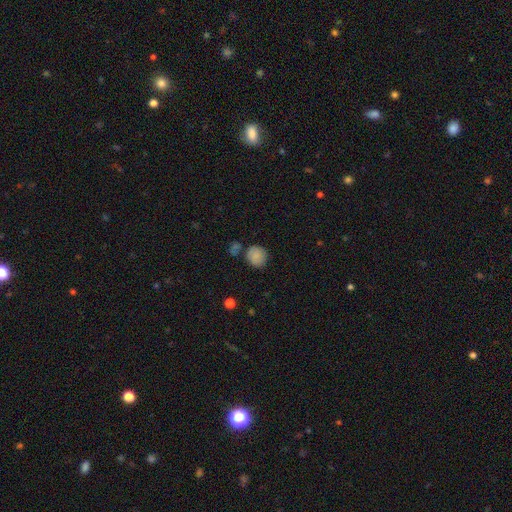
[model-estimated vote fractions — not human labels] The model was most divided on "merging": none: 69%, minor disturbance: 16%, merger: 11%, major disturbance: 5%. More confident: smooth or featured — smooth (84%); how rounded — round (80%).